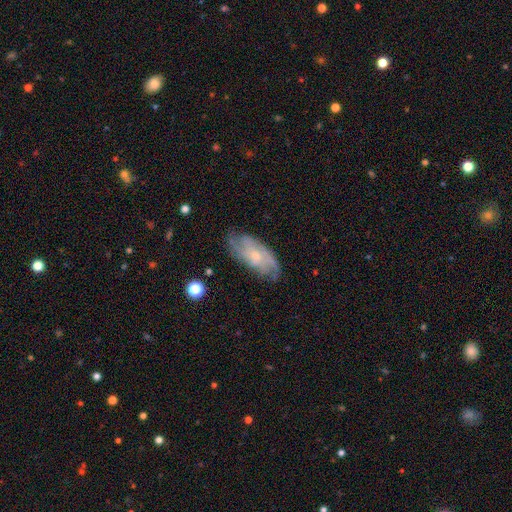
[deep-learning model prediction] Smooth or featured?
  - featured or disk: 73% *
  - smooth: 20%
  - star or artifact: 6%
Edge-on disk?
  - no: 92% *
  - yes: 8%
Bar?
  - no: 72% *
  - weak: 24%
  - strong: 4%
Spiral arms?
  - yes: 91% *
  - no: 9%
Spiral winding?
  - tight: 43% *
  - medium: 40%
  - loose: 17%
Spiral arm count?
  - can't tell: 37% *
  - 2: 27%
  - 3: 18%
  - 4: 10%
  - 1: 5%
  - more than 4: 5%
Bulge size?
  - small: 67% *
  - moderate: 27%
  - none: 4%
  - large: 1%
  - dominant: 1%
Merging?
  - none: 73% *
  - minor disturbance: 20%
  - major disturbance: 6%
  - merger: 1%